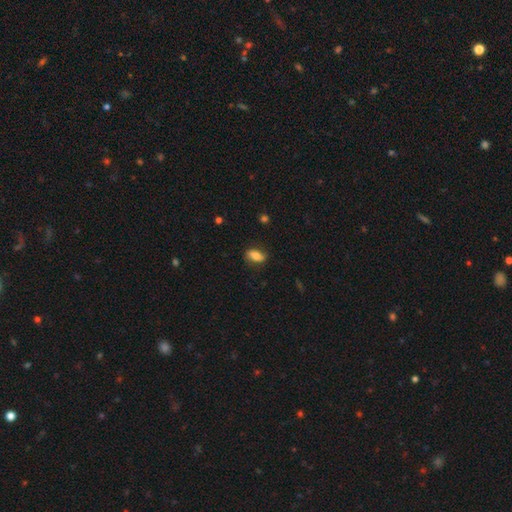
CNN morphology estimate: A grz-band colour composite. It shows a smooth galaxy with no disk features (76%) that is in between round and cigar-shaped (84%). Merging: none (80%).